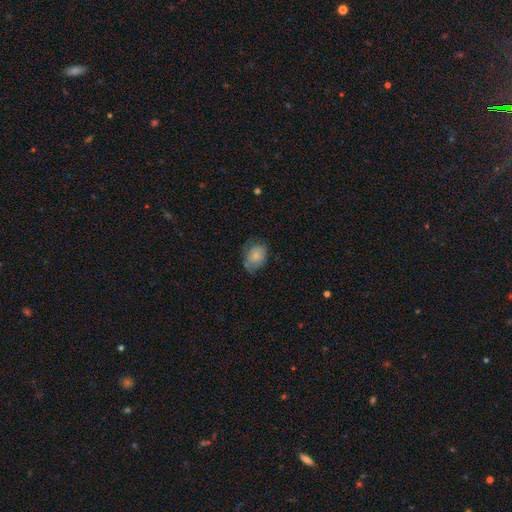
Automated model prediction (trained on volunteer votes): Q: Smooth or featured?
A: smooth (74%); runner-up: featured or disk (19%)
Q: How rounded?
A: in between (63%); runner-up: round (36%)
Q: Merging?
A: none (58%); runner-up: minor disturbance (29%)